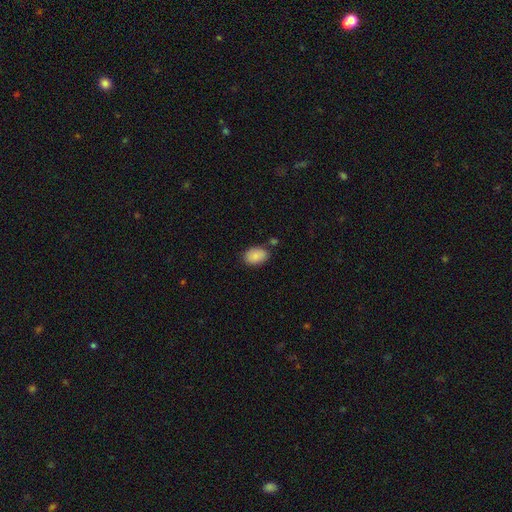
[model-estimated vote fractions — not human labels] Smooth or featured? smooth (88%)
How rounded? in between (87%)
Merging? none (74%)